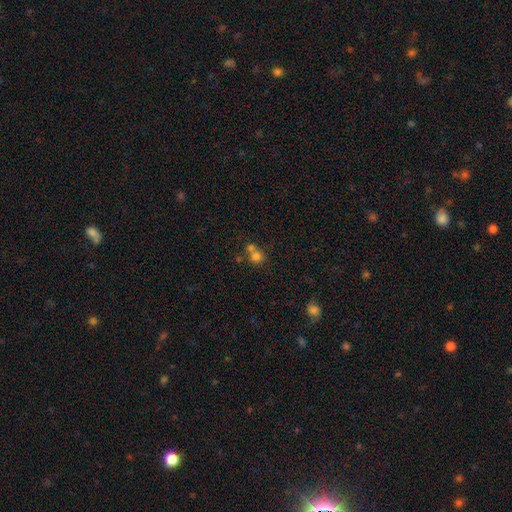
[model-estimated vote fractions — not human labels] smooth 75%, star or artifact 14%, featured or disk 11%. Down the decision tree: how rounded — round (79%); merging — merger (48%).